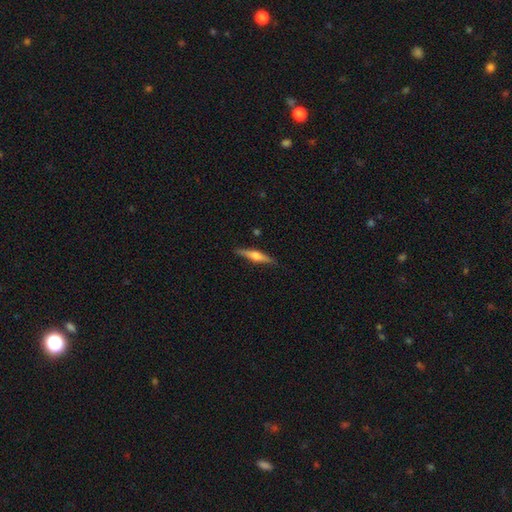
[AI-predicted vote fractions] Smooth or featured: featured or disk — 65% (smooth — 29%)
Edge-on disk: yes — 97% (no — 3%)
Edge-on bulge: rounded — 88% (boxy — 8%)
Merging: none — 88% (minor disturbance — 9%)